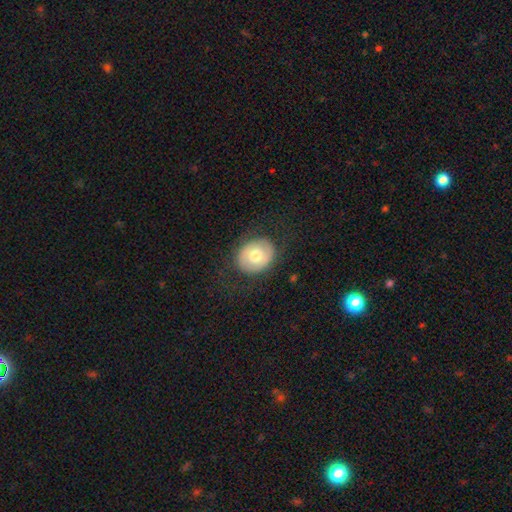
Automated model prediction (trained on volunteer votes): This is likely a smooth galaxy (65%). How rounded: possibly round (57%). Merging: clearly none (81%).